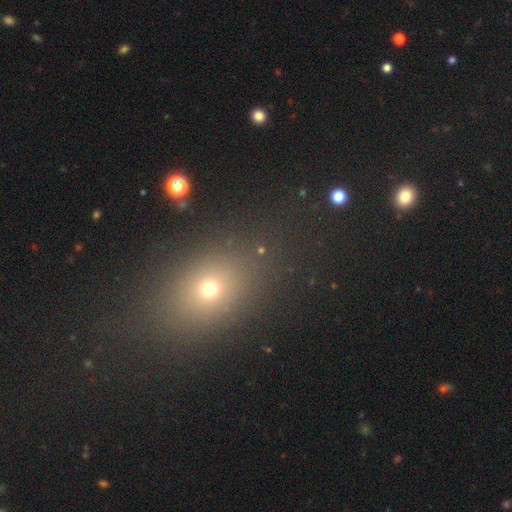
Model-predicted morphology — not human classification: Smooth or featured: smooth — 58% (star or artifact — 31%)
How rounded: in between — 55% (round — 42%)
Merging: none — 84% (minor disturbance — 9%)